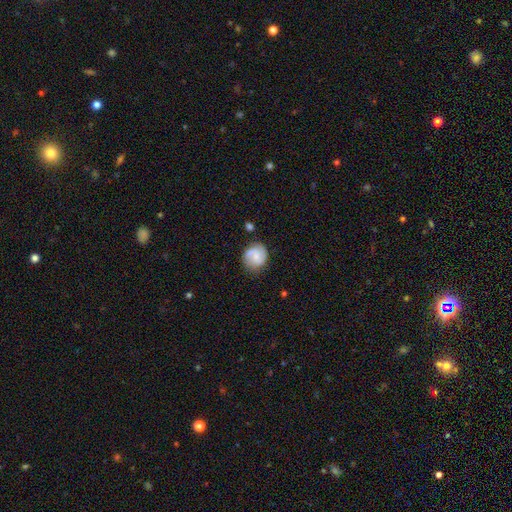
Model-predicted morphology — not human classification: featured or disk 53%, smooth 40%, star or artifact 7%. Down the decision tree: edge-on disk — no (98%); bar — no (59%); spiral arms — yes (87%); bulge size — small (55%); merging — none (71%).